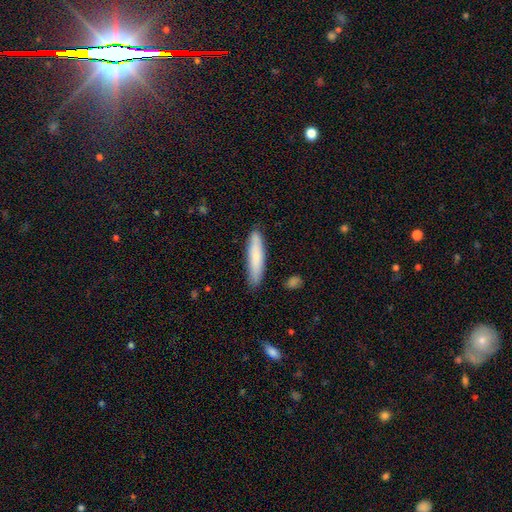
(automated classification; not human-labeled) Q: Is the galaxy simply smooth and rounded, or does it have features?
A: smooth — 78%.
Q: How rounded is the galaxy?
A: cigar-shaped — 84%.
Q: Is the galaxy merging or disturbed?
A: none — 86%.